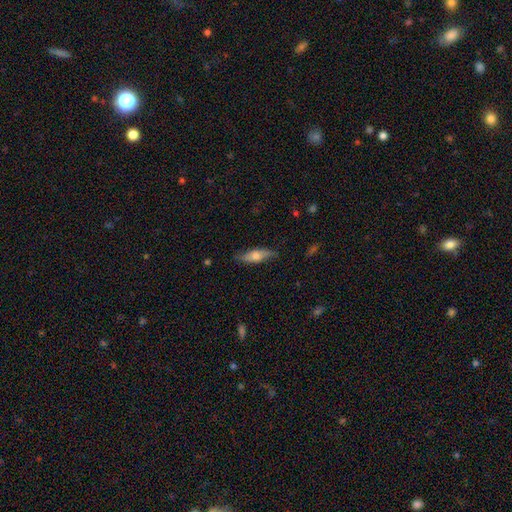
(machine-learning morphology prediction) Smooth or featured?
  - smooth: 57% *
  - featured or disk: 36%
  - star or artifact: 6%
How rounded?
  - cigar-shaped: 49% *
  - in between: 48%
  - round: 3%
Merging?
  - none: 80% *
  - minor disturbance: 15%
  - major disturbance: 3%
  - merger: 1%